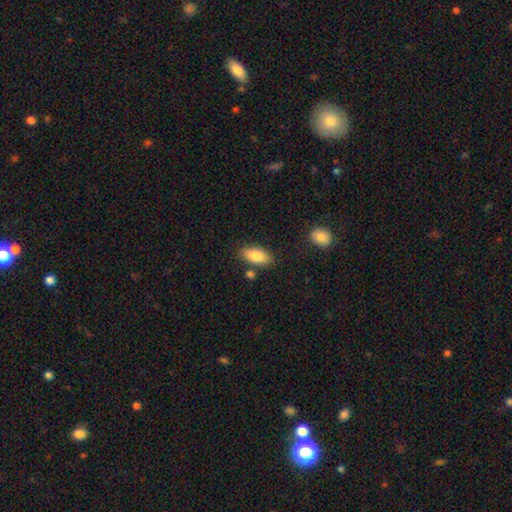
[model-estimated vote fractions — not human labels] Smooth or featured: smooth — 83% (featured or disk — 11%)
How rounded: in between — 89% (cigar-shaped — 8%)
Merging: none — 80% (minor disturbance — 12%)